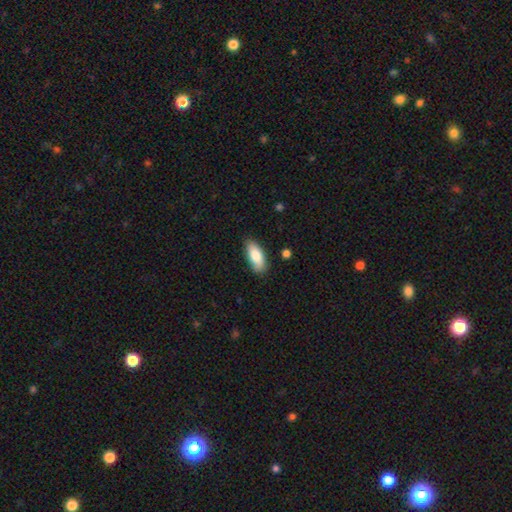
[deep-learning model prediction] Smooth or featured? smooth (82%)
How rounded? in between (82%)
Merging? none (81%)